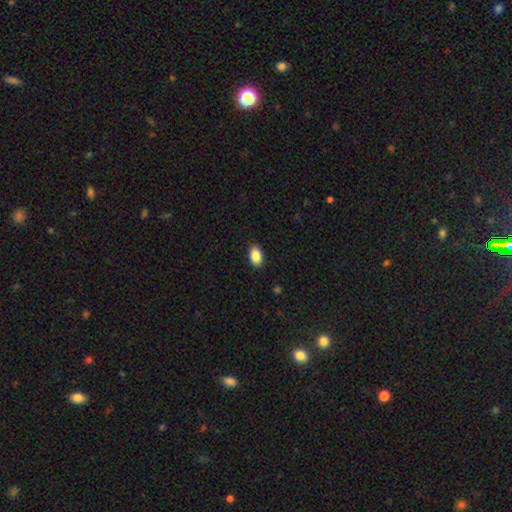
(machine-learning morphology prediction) Smooth or featured: smooth — 87% (star or artifact — 8%)
How rounded: in between — 90% (round — 8%)
Merging: none — 89% (minor disturbance — 8%)